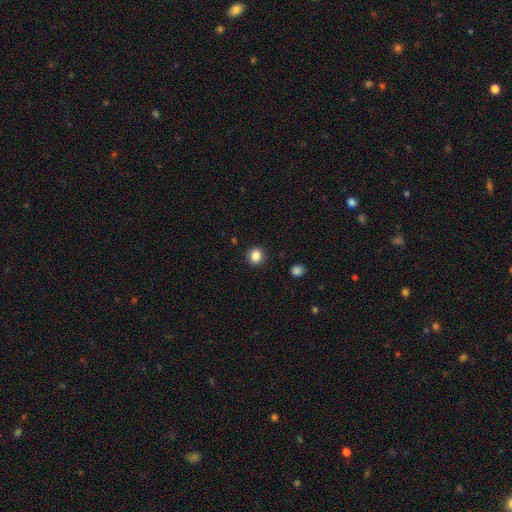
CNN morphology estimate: Overall: smooth (85%). How rounded: round (84%). Merging: none (91%).